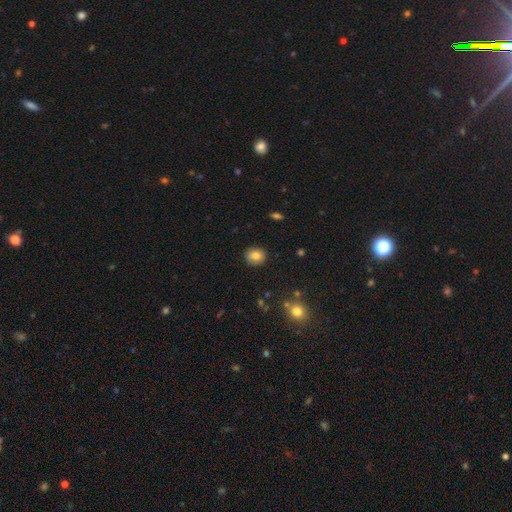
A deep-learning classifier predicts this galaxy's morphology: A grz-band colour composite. It shows a smooth galaxy with no disk features (81%) that is round (74%). Merging: none (89%).